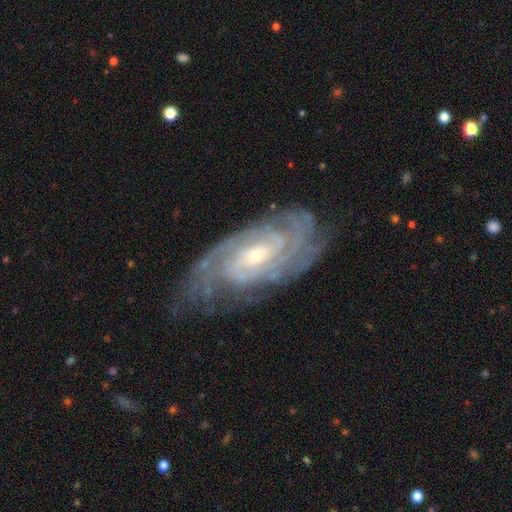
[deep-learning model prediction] A featured or disk galaxy (90%) with no bar (44%), tight (76%) spiral arms (98%) and a small central bulge (56%). Merging: none (75%).